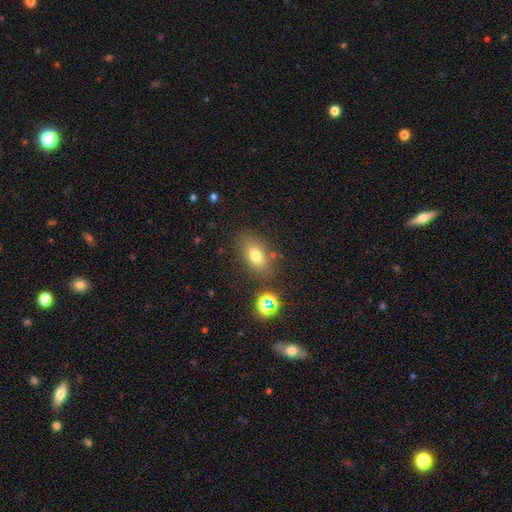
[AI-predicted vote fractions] Smooth or featured? Predicted: smooth (p=0.72). How rounded? Predicted: in between (p=0.80). Merging? Predicted: none (p=0.80).